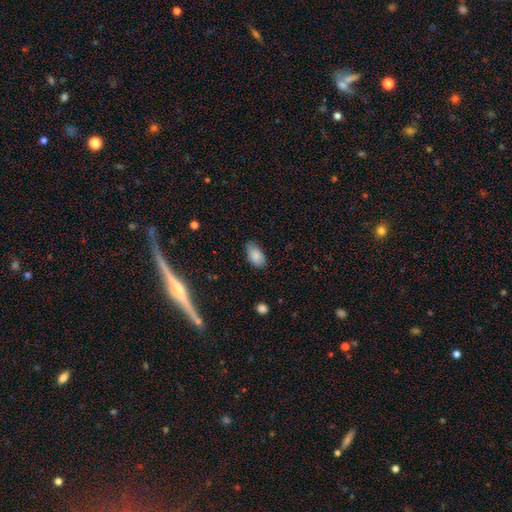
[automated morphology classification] Smooth or featured: smooth — 86% (star or artifact — 8%)
How rounded: in between — 93% (round — 5%)
Merging: none — 72% (minor disturbance — 23%)